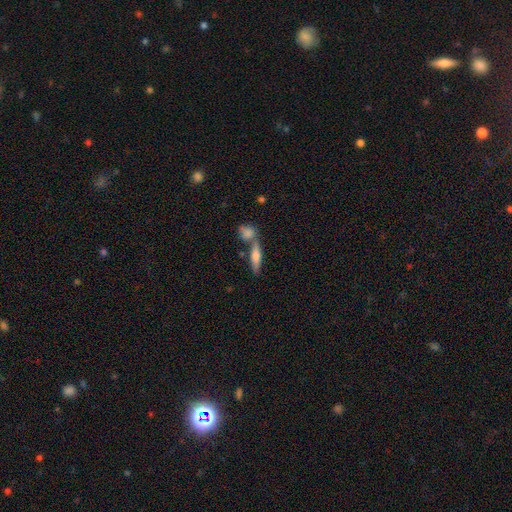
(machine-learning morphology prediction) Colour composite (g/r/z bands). It shows a smooth galaxy with no disk features (64%) that is cigar-shaped (65%). Merging: none (56%).